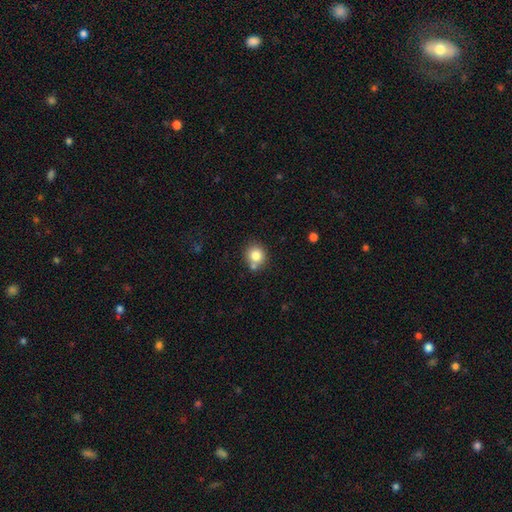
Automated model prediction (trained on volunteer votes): A smooth galaxy with no disk features (81%) that is round (86%). Merging: none (68%).